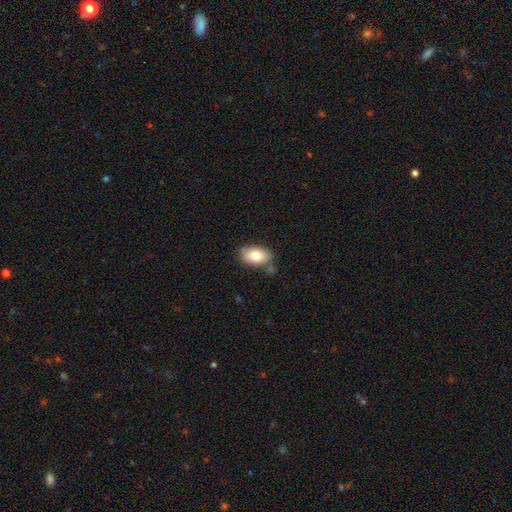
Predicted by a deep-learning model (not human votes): Smooth or featured?
  - smooth: 79% *
  - featured or disk: 14%
  - star or artifact: 7%
How rounded?
  - in between: 91% *
  - round: 8%
  - cigar-shaped: 2%
Merging?
  - none: 69% *
  - minor disturbance: 19%
  - merger: 8%
  - major disturbance: 4%